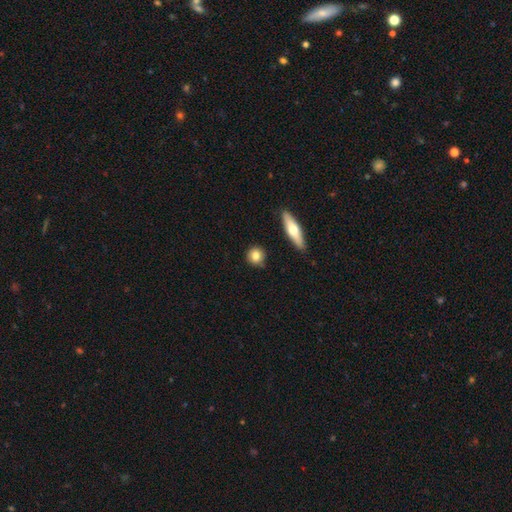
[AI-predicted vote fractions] A smooth galaxy with no disk features (79%) that is round (85%). Merging: none (85%).